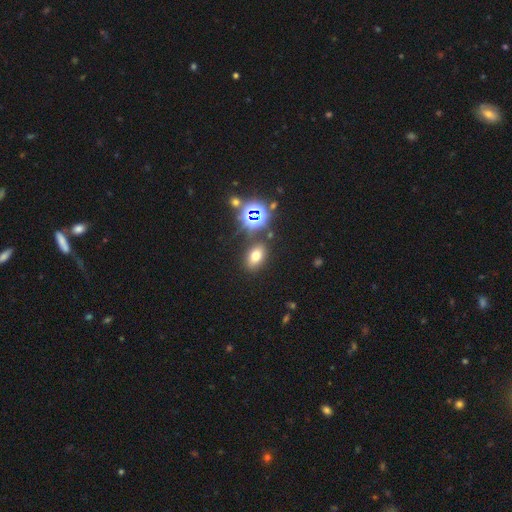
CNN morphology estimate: type=smooth (61%); roundness=in between (77%); merging=none (82%).